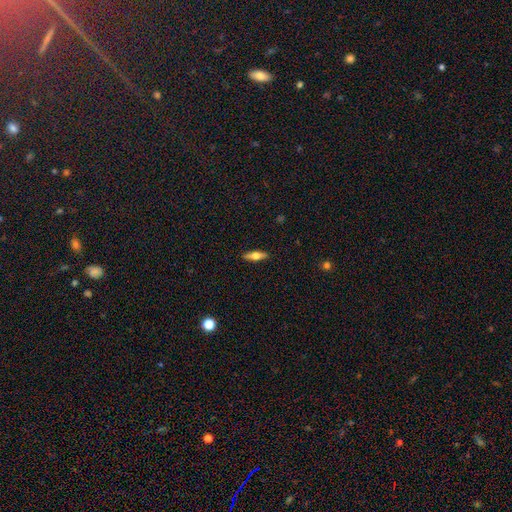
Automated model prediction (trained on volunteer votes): A smooth galaxy with no disk features (50%) that is cigar-shaped (55%). Merging: none (90%).